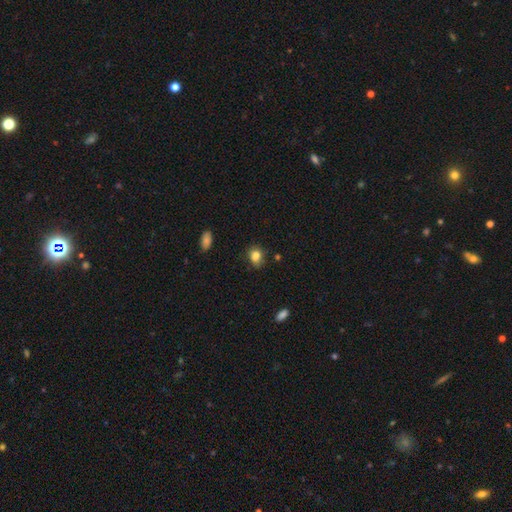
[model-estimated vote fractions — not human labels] smooth_or_featured: smooth (p=0.83) [alt: star or artifact p=0.10]
how_rounded: in between (p=0.56) [alt: round p=0.43]
merging: none (p=0.65) [alt: minor disturbance p=0.25]